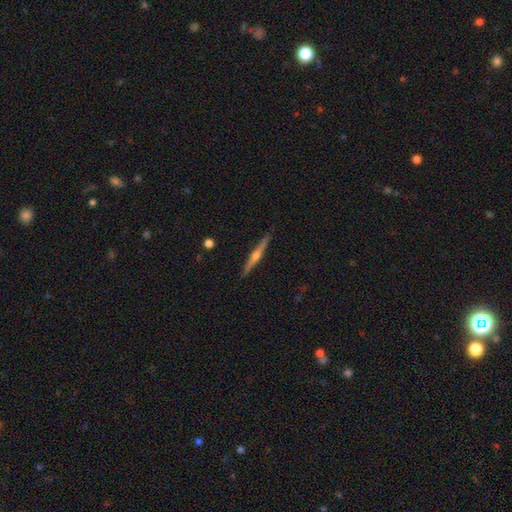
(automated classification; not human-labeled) Overall: featured or disk (78%). Edge-on disk: yes (98%). Edge-on bulge: rounded (90%). Merging: none (92%).